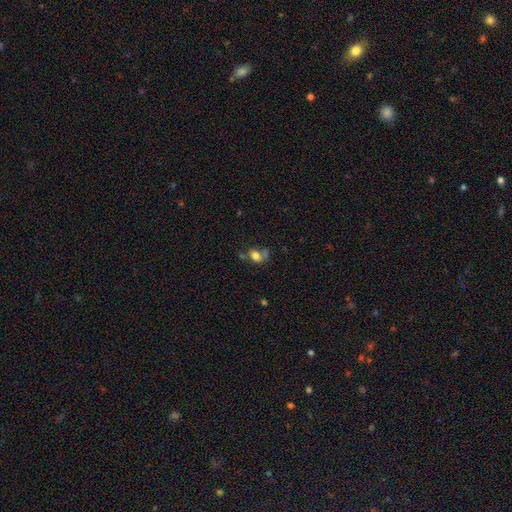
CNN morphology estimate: The model was most divided on "merging": none: 35%, merger: 24%, minor disturbance: 23%, major disturbance: 18%. More confident: smooth or featured — smooth (69%); how rounded — in between (66%).